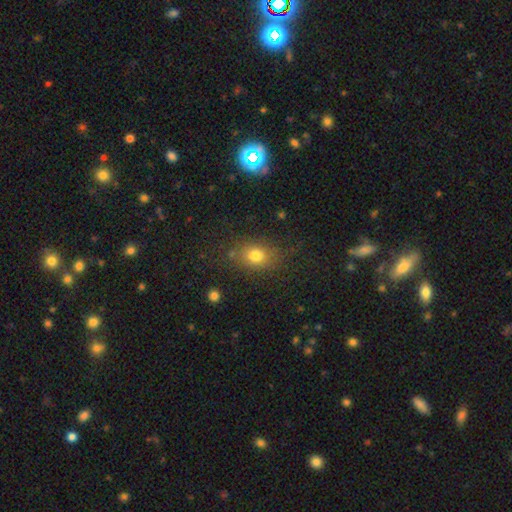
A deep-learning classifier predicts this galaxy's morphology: Smooth or featured? smooth (76%)
How rounded? in between (57%)
Merging? none (75%)